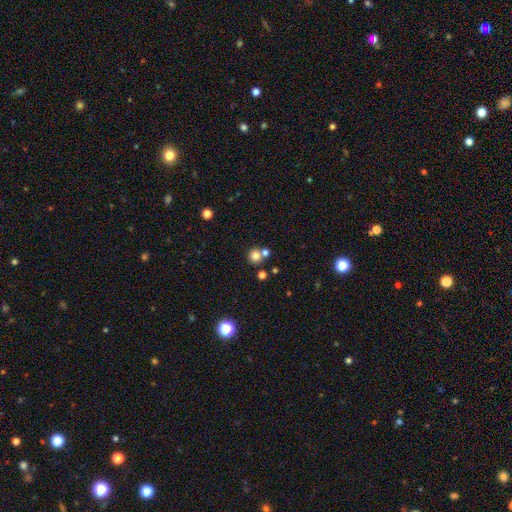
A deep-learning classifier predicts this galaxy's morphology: Smooth or featured?
  - smooth: 77% *
  - star or artifact: 14%
  - featured or disk: 9%
How rounded?
  - round: 90% *
  - in between: 9%
  - cigar-shaped: 1%
Merging?
  - none: 59% *
  - merger: 31%
  - minor disturbance: 7%
  - major disturbance: 3%